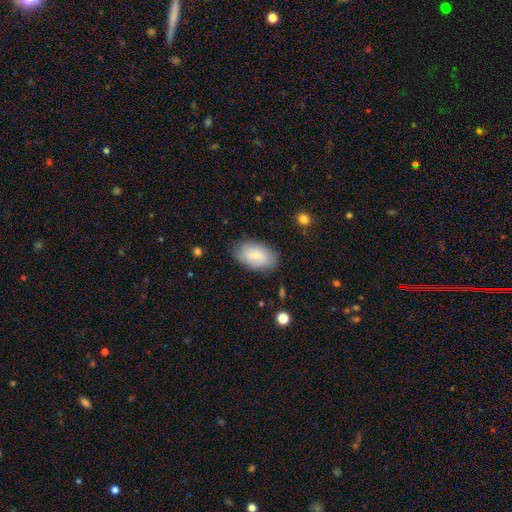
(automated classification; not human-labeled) smooth_or_featured: smooth (p=0.59) [alt: featured or disk p=0.34]
how_rounded: in between (p=0.91) [alt: round p=0.07]
merging: none (p=0.80) [alt: minor disturbance p=0.15]